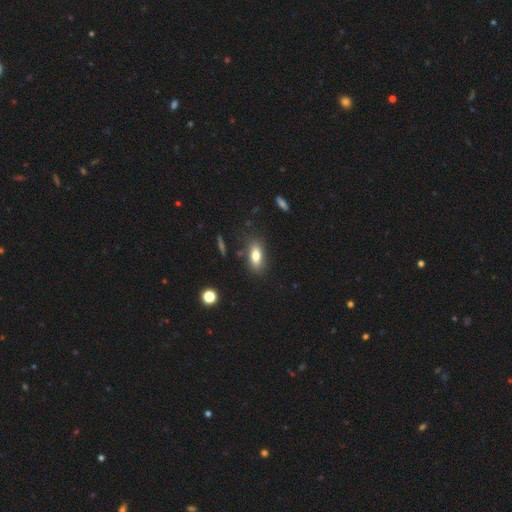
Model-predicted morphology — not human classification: smooth 76%, featured or disk 15%, star or artifact 9%. Down the decision tree: how rounded — in between (81%); merging — none (79%).